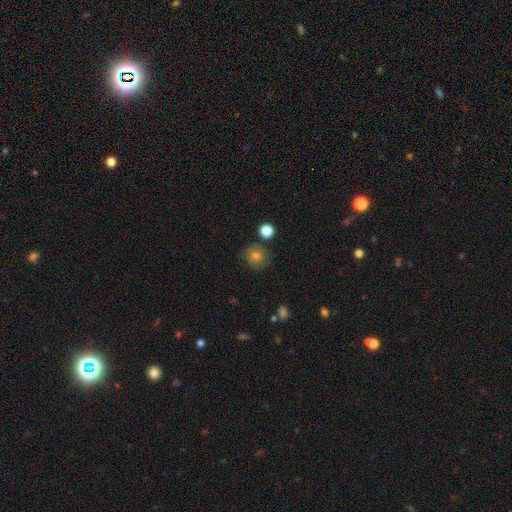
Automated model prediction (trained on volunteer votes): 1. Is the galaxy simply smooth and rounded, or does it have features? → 74% smooth, 14% featured or disk, 12% star or artifact.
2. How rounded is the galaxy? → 89% round, 10% in between, 1% cigar-shaped.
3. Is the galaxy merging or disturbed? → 79% none, 12% minor disturbance, 5% merger, 4% major disturbance.